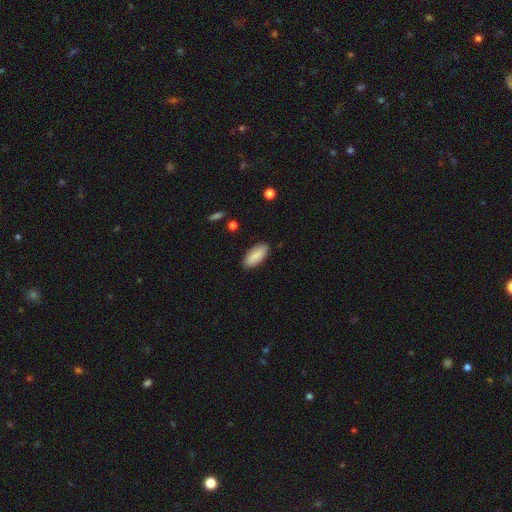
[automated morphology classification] type=smooth (85%); roundness=in between (85%); merging=none (88%).